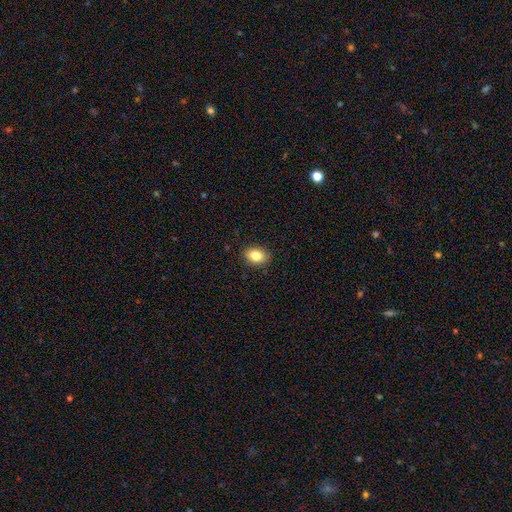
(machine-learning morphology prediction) This is clearly a smooth galaxy (84%). How rounded: likely in between (75%). Merging: clearly none (88%).